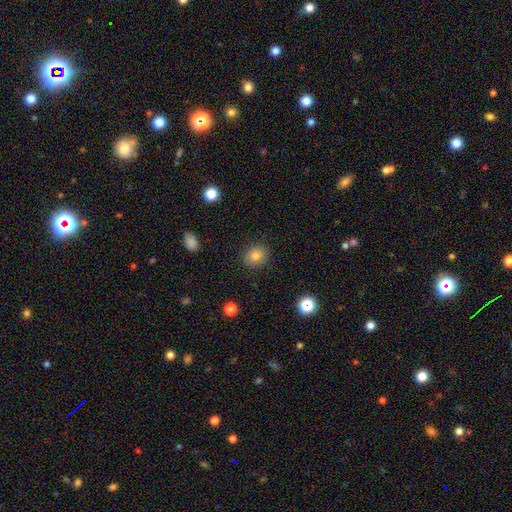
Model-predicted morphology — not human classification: smooth-or-featured: smooth: 83% | star or artifact: 10% | featured or disk: 7%
  how-rounded: round: 60% | in between: 39% | cigar-shaped: 1%
  merging: none: 87% | minor disturbance: 9% | major disturbance: 3% | merger: 1%